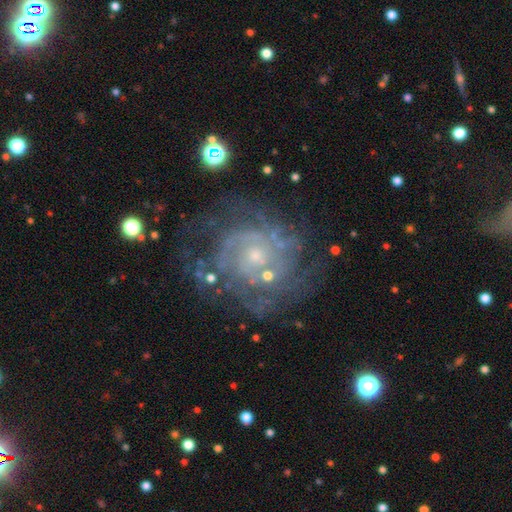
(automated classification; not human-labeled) This appears to be a featured or disk galaxy (82%) with no bar (76%), tight (68%) spiral arms (90%) and a small central bulge (70%). Merging: none (66%).